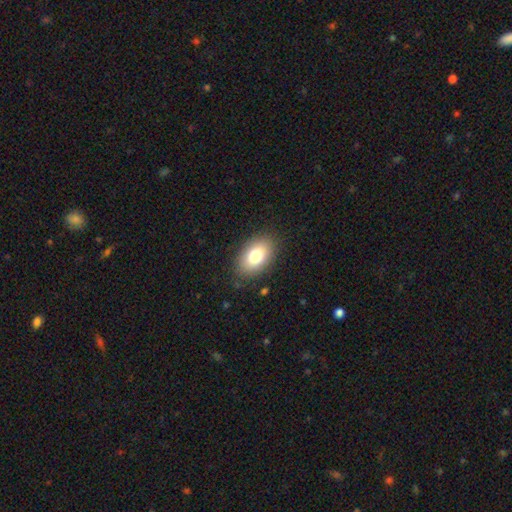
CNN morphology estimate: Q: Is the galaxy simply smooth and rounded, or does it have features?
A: smooth — 79%.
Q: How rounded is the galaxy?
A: in between — 90%.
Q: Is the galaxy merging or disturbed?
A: none — 86%.